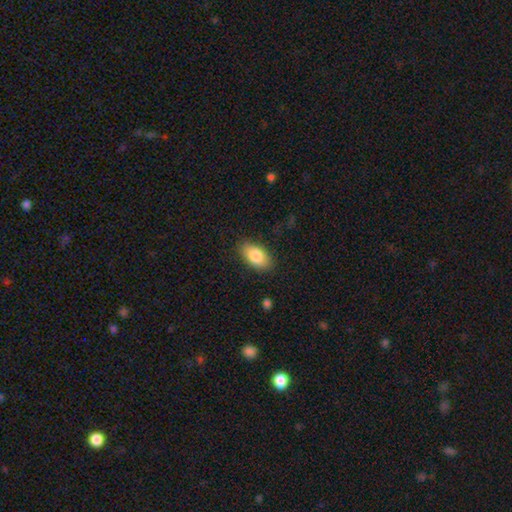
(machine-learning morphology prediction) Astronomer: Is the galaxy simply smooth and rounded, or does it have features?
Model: smooth — 85%.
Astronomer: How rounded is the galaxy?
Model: in between — 93%.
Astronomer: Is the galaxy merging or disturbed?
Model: none — 85%.